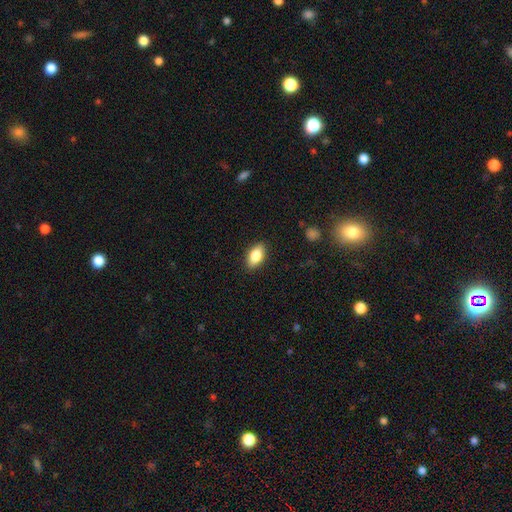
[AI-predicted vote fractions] A smooth galaxy with no disk features (77%) that is in between round and cigar-shaped (87%). Merging: none (88%).